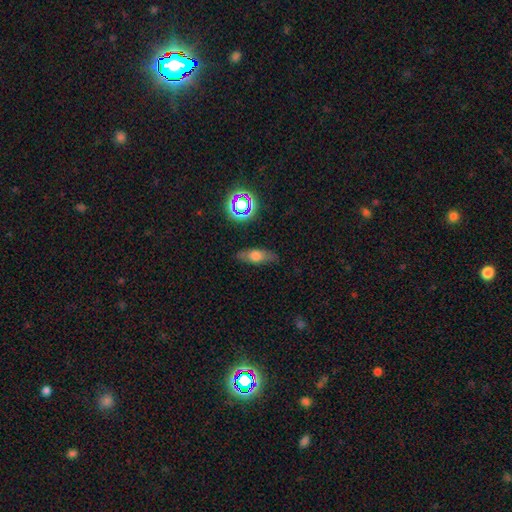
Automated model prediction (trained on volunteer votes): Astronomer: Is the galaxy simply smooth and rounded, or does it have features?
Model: smooth — 59%.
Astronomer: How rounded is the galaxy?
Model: in between — 62%.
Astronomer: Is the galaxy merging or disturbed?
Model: none — 79%.